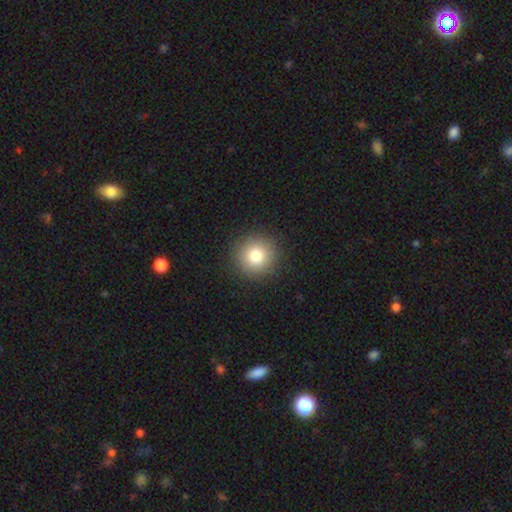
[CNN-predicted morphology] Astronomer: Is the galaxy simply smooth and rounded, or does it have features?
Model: smooth — 82%.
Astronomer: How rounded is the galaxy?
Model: round — 94%.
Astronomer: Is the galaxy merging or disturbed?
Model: none — 91%.